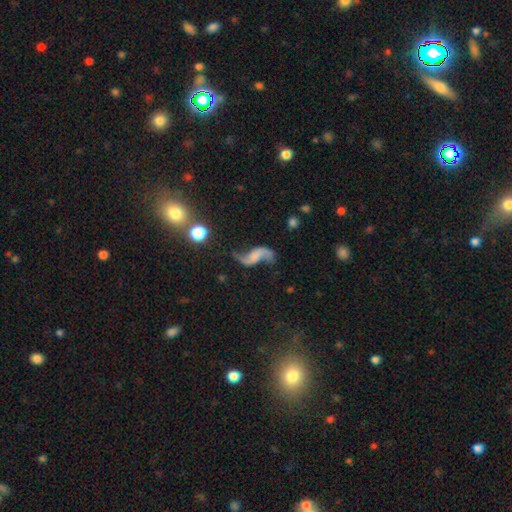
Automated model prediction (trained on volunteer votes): The model was most divided on "bar": no: 55%, weak: 32%, strong: 13%. More confident: edge-on disk — no (97%); spiral arms — yes (95%); spiral arm count — 2 (93%); spiral winding — loose (93%); smooth or featured — featured or disk (85%); merging — none (68%); bulge size — none (61%).